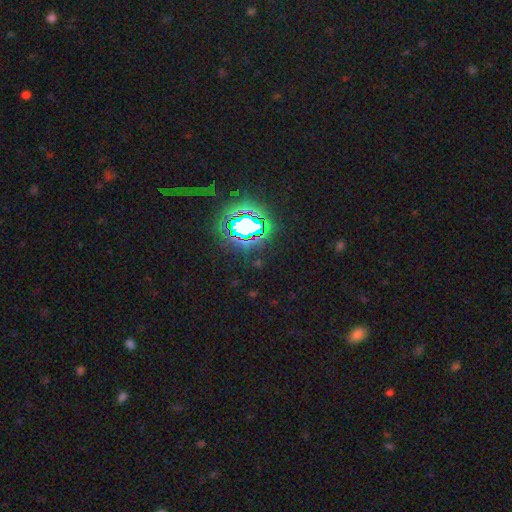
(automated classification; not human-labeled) This appears to be a star or artifact, not a galaxy (79%).